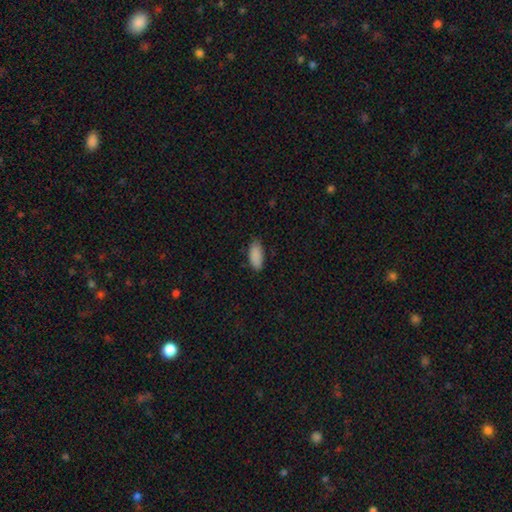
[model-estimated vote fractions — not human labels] Q: Smooth or featured?
A: smooth (89%); runner-up: star or artifact (7%)
Q: How rounded?
A: in between (87%); runner-up: cigar-shaped (11%)
Q: Merging?
A: none (82%); runner-up: minor disturbance (15%)